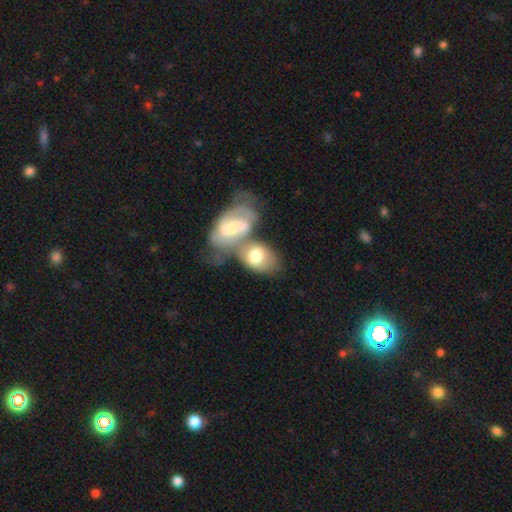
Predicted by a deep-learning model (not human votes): The model was most divided on "smooth or featured": smooth: 55%, featured or disk: 39%, star or artifact: 6%. More confident: how rounded — in between (81%); merging — merger (65%).